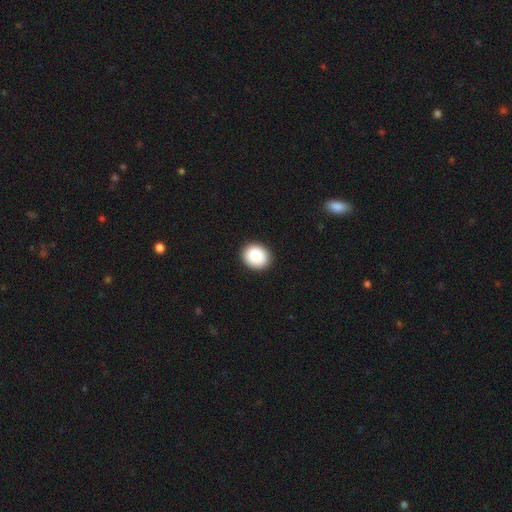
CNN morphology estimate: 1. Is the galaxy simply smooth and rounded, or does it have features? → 90% smooth, 7% star or artifact, 3% featured or disk.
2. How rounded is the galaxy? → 64% round, 35% in between, 1% cigar-shaped.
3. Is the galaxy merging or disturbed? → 91% none, 6% minor disturbance, 2% major disturbance, 1% merger.